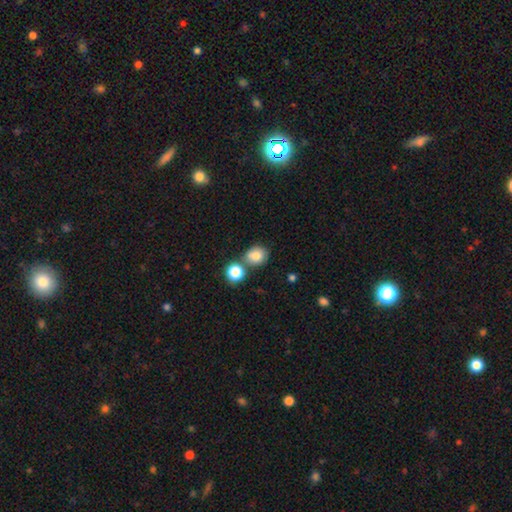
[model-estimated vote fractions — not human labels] Smooth or featured? Predicted: smooth (p=0.81). How rounded? Predicted: round (p=0.73). Merging? Predicted: none (p=0.63).